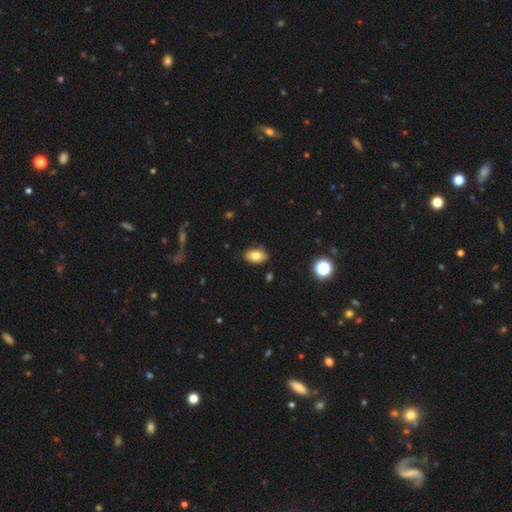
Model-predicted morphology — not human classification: type=smooth (80%); roundness=in between (89%); merging=none (84%).